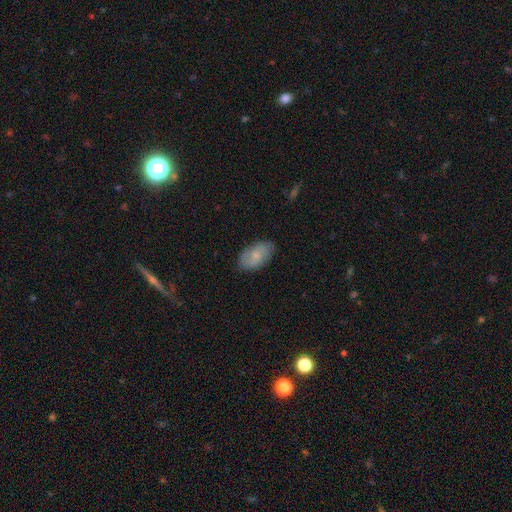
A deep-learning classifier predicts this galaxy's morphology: Smooth or featured?
  - smooth: 63% *
  - featured or disk: 30%
  - star or artifact: 7%
How rounded?
  - in between: 93% *
  - round: 5%
  - cigar-shaped: 2%
Merging?
  - none: 81% *
  - minor disturbance: 15%
  - major disturbance: 3%
  - merger: 1%